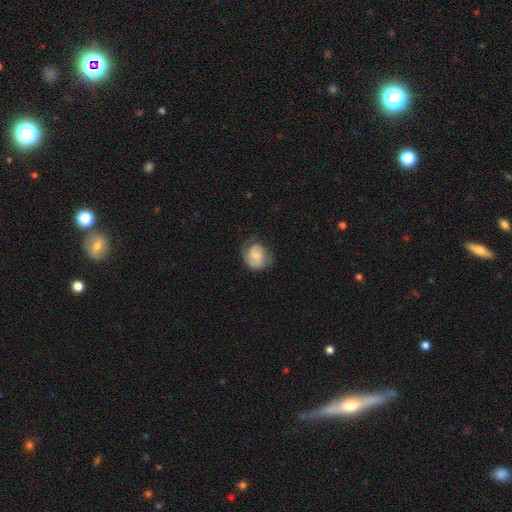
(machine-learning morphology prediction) smooth 47%, featured or disk 45%, star or artifact 7%. Down the decision tree: merging — none (59%).